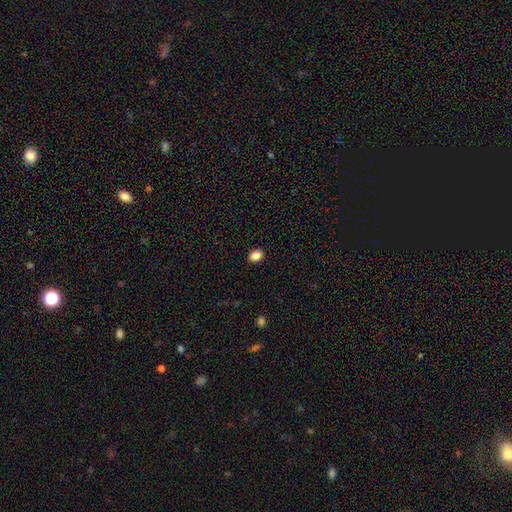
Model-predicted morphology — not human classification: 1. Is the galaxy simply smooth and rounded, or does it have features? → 86% smooth, 10% star or artifact, 4% featured or disk.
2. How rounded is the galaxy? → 59% in between, 40% round, 1% cigar-shaped.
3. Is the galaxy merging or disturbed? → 90% none, 7% minor disturbance, 2% major disturbance, 1% merger.